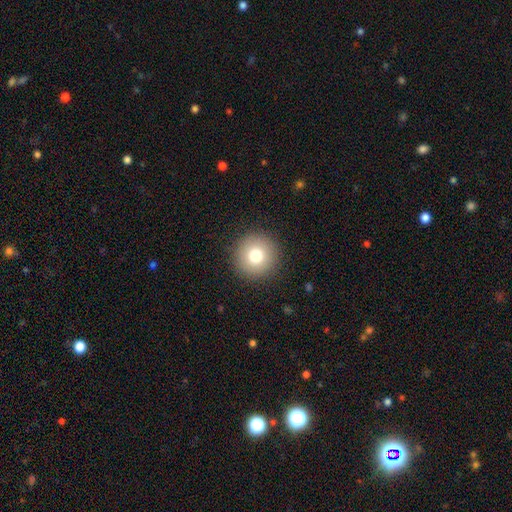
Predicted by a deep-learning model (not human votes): A smooth galaxy with no disk features (77%) that is round (96%).

Vote fractions:
- Smooth or featured? smooth: 77% / featured or disk: 11% / star or artifact: 11%
- How rounded? round: 96% / in between: 3% / cigar-shaped: 1%
- Merging? none: 92% / minor disturbance: 5% / major disturbance: 2% / merger: 1%